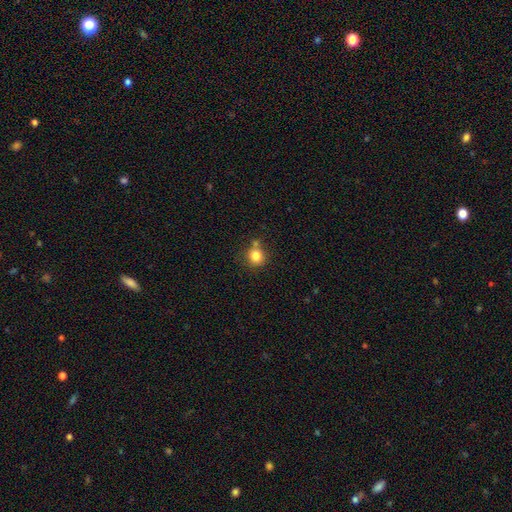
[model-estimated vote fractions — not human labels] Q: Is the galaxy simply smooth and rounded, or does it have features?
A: smooth — 82%.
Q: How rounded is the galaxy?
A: round — 88%.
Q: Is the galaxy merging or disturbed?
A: none — 69%.